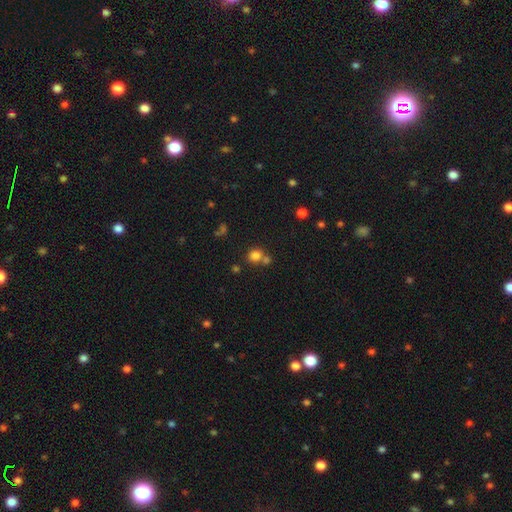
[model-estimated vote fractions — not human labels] A smooth galaxy with no disk features (79%) that is round (82%).

Vote fractions:
- Smooth or featured? smooth: 79% / star or artifact: 14% / featured or disk: 7%
- How rounded? round: 82% / in between: 17% / cigar-shaped: 1%
- Merging? none: 56% / merger: 33% / minor disturbance: 8% / major disturbance: 3%